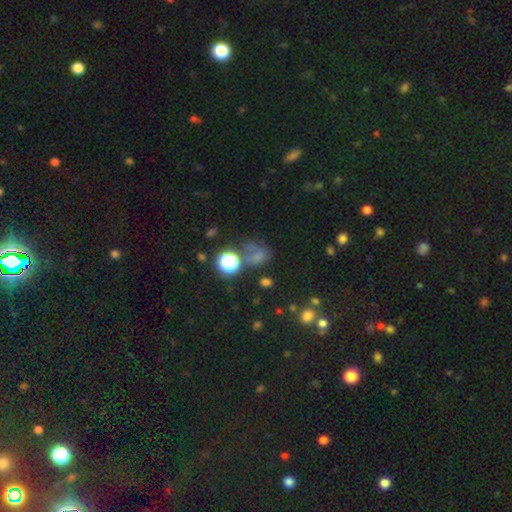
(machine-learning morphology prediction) smooth 50%, star or artifact 35%, featured or disk 15%. Down the decision tree: how rounded — round (61%); merging — none (42%).